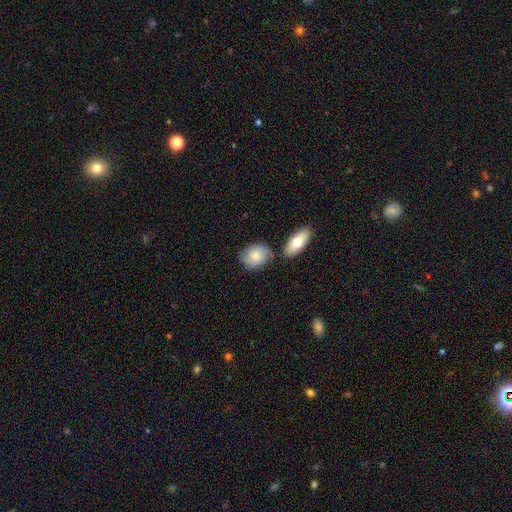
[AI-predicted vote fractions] This appears to be a smooth galaxy with no disk features (68%) that is in between round and cigar-shaped (57%). Merging: none (63%).